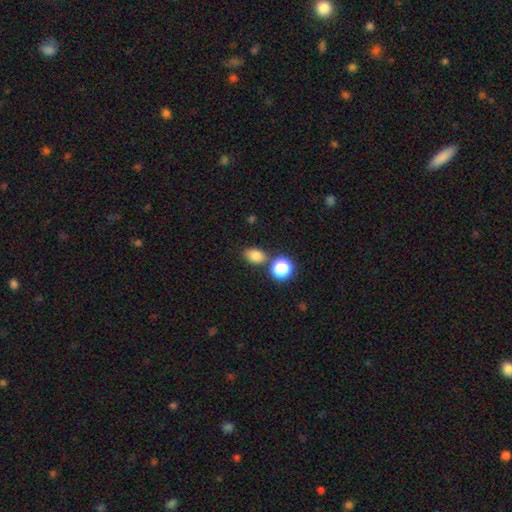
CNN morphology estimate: Smooth or featured: smooth — 78% (star or artifact — 15%)
How rounded: in between — 66% (round — 33%)
Merging: none — 75% (minor disturbance — 12%)